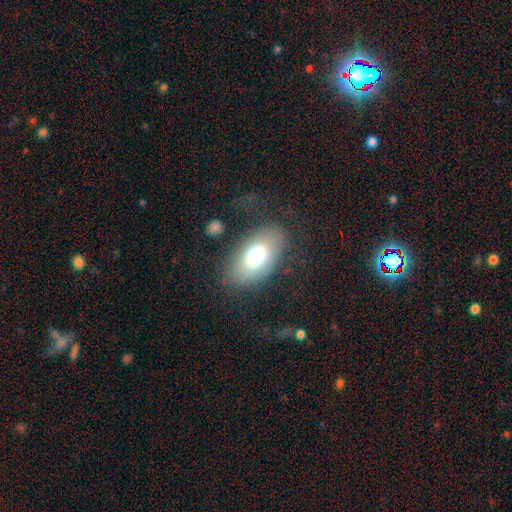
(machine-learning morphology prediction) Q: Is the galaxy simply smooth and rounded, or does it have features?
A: smooth — 72%.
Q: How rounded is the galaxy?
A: in between — 93%.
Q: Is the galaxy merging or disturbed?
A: none — 70%.